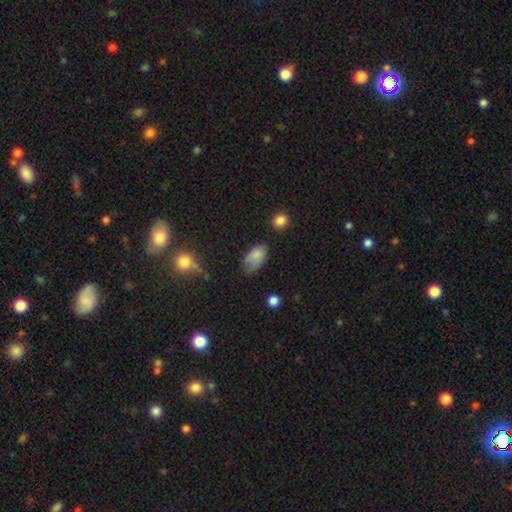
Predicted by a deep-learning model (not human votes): Overall: smooth (78%). How rounded: in between (92%). Merging: none (51%; minor disturbance 35%).